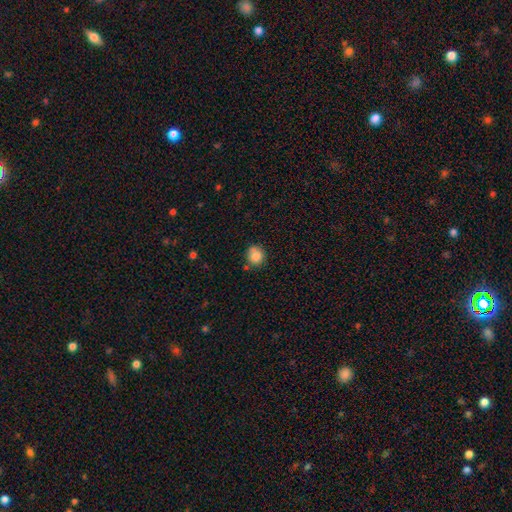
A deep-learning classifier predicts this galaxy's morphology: smooth-or-featured: smooth: 83% | star or artifact: 10% | featured or disk: 7%
  how-rounded: round: 83% | in between: 16% | cigar-shaped: 1%
  merging: none: 67% | minor disturbance: 19% | merger: 10% | major disturbance: 4%